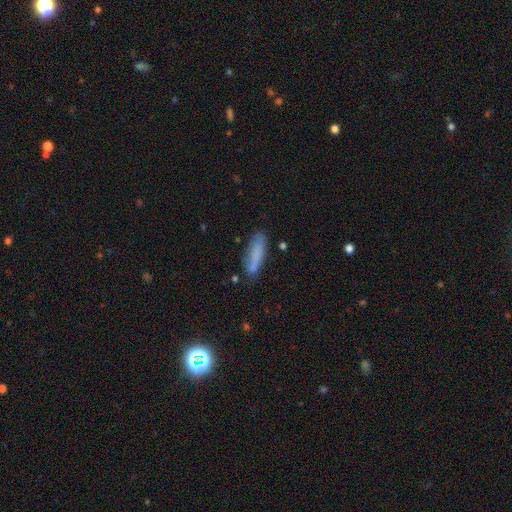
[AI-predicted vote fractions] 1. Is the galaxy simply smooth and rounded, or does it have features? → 76% smooth, 15% featured or disk, 8% star or artifact.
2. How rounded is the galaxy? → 72% cigar-shaped, 26% in between, 2% round.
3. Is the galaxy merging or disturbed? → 72% none, 19% minor disturbance, 4% major disturbance, 4% merger.